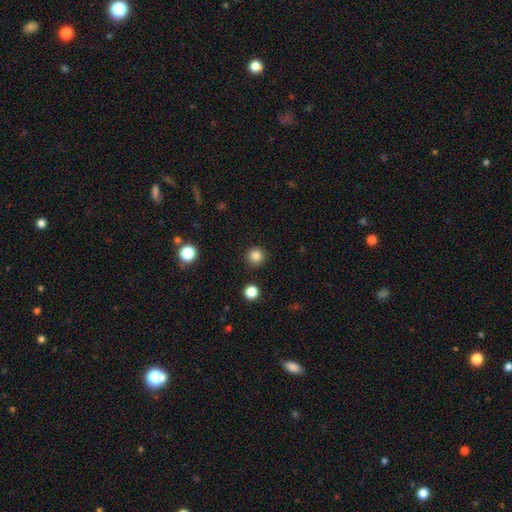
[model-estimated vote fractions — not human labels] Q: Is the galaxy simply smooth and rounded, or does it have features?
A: smooth — 85%.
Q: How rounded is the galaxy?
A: round — 95%.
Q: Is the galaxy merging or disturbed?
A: none — 92%.